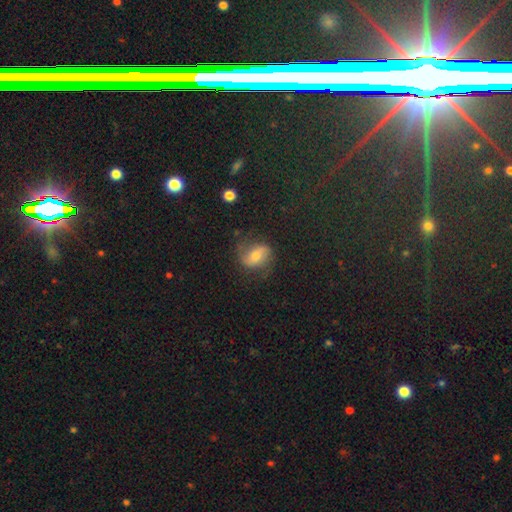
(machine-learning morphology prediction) smooth_or_featured: featured or disk (p=0.51) [alt: smooth p=0.35]
disk_edge_on: no (p=0.95) [alt: yes p=0.05]
merging: none (p=0.69) [alt: minor disturbance p=0.19]